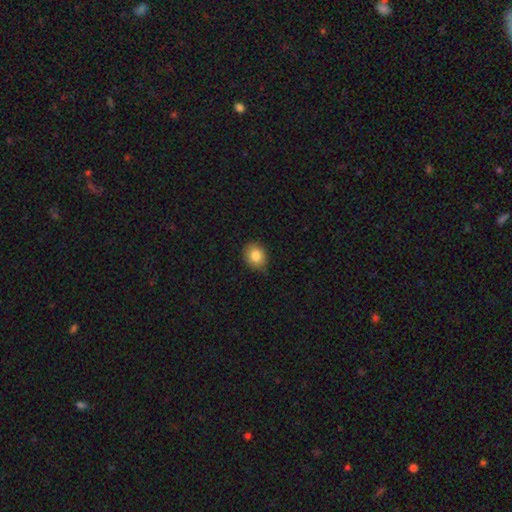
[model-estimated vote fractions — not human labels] smooth-or-featured: smooth: 83% | star or artifact: 9% | featured or disk: 8%
  how-rounded: round: 58% | in between: 41% | cigar-shaped: 1%
  merging: none: 74% | minor disturbance: 21% | major disturbance: 3% | merger: 1%